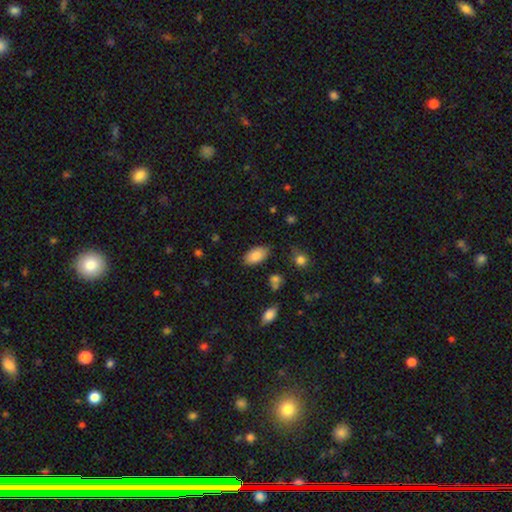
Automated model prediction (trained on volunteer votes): smooth_or_featured: smooth (p=0.85) [alt: star or artifact p=0.08]
how_rounded: in between (p=0.93) [alt: round p=0.05]
merging: none (p=0.80) [alt: minor disturbance p=0.15]